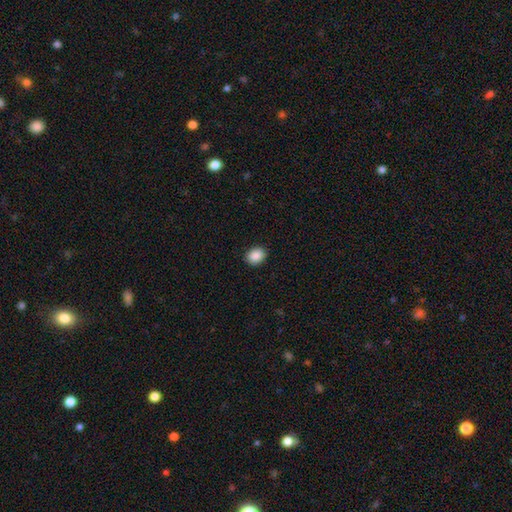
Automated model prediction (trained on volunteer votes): A smooth galaxy with no disk features (89%) that is in between round and cigar-shaped (54%).

Vote fractions:
- Smooth or featured? smooth: 89% / star or artifact: 8% / featured or disk: 3%
- How rounded? in between: 54% / round: 45% / cigar-shaped: 1%
- Merging? none: 89% / minor disturbance: 8% / major disturbance: 2% / merger: 1%